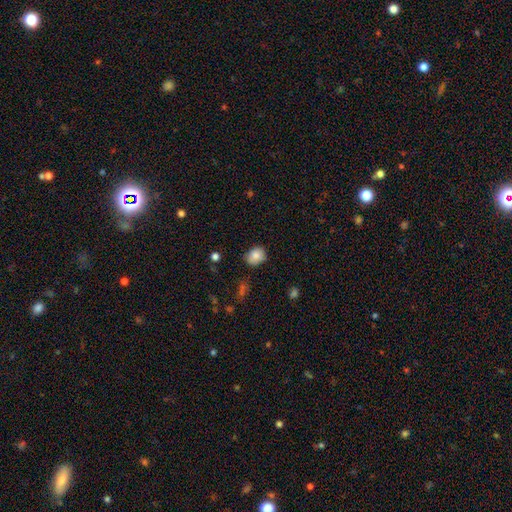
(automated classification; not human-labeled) This appears to be a smooth galaxy with no disk features (84%) that is round (53%). Merging: none (72%).